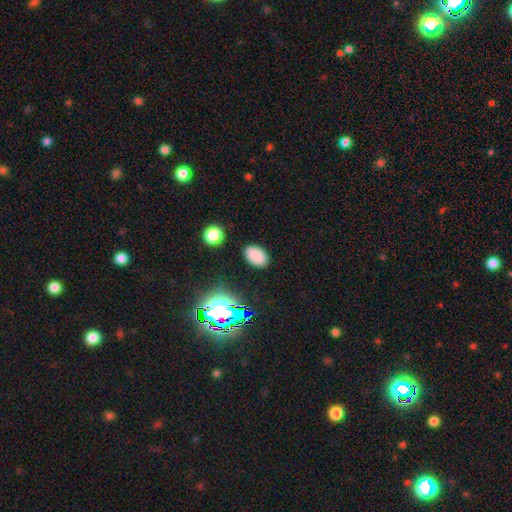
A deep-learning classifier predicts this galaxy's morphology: smooth 82%, star or artifact 13%, featured or disk 5%. Down the decision tree: how rounded — in between (90%); merging — none (86%).